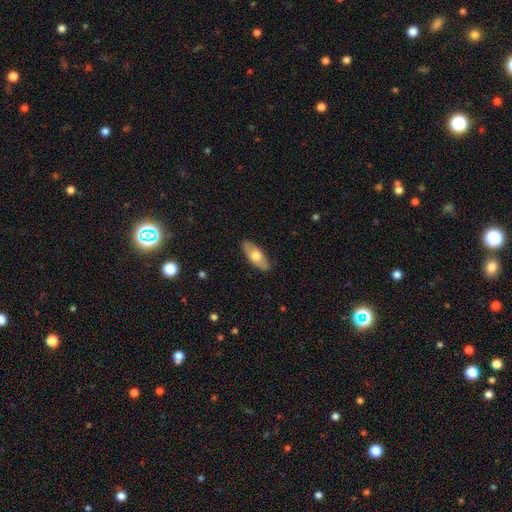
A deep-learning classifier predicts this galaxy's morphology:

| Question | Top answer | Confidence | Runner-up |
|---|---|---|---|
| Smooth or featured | smooth | 64% | featured or disk (31%) |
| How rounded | in between | 79% | cigar-shaped (18%) |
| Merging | none | 88% | minor disturbance (10%) |